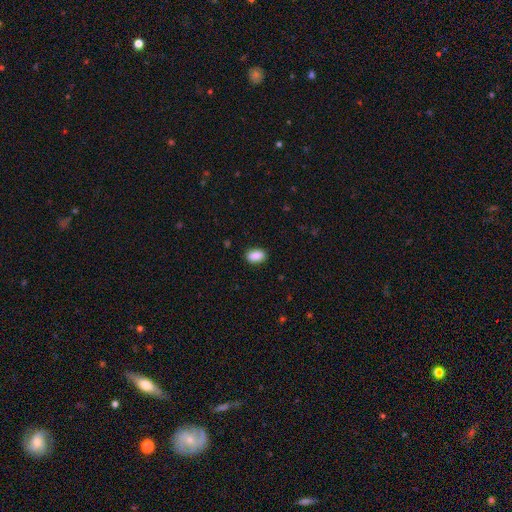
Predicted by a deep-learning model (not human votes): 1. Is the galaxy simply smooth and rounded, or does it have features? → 88% smooth, 7% star or artifact, 4% featured or disk.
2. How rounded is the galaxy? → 90% in between, 8% round, 3% cigar-shaped.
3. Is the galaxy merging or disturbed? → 88% none, 9% minor disturbance, 2% major disturbance, 1% merger.